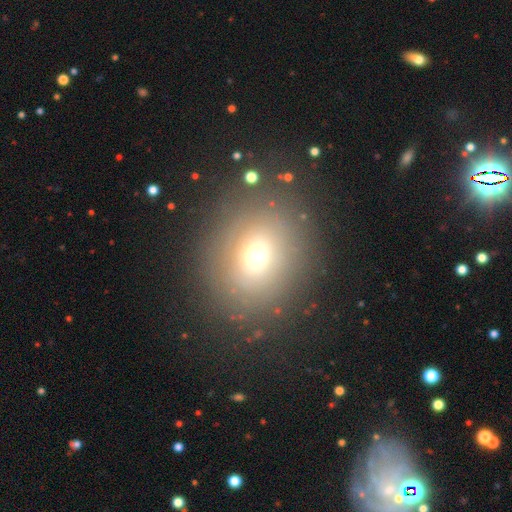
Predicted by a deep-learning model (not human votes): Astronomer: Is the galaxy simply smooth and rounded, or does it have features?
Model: smooth — 61%.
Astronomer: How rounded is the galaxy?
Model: round — 69%.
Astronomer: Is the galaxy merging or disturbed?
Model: none — 81%.